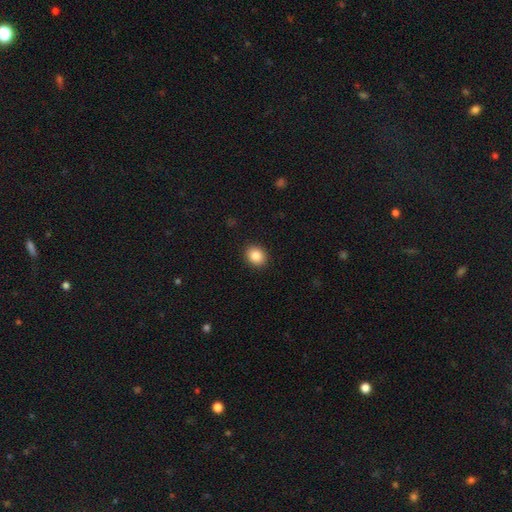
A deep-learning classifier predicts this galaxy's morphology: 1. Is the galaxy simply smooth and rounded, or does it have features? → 86% smooth, 9% star or artifact, 5% featured or disk.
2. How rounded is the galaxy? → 69% round, 30% in between, 1% cigar-shaped.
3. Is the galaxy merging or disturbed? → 91% none, 6% minor disturbance, 2% major disturbance, 1% merger.